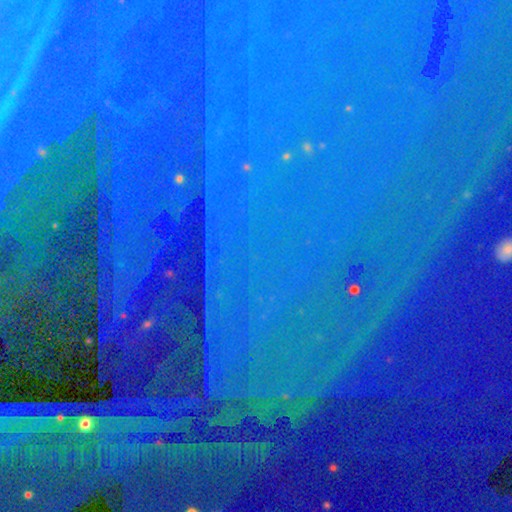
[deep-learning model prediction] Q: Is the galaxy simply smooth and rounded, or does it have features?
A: star or artifact — 89%.